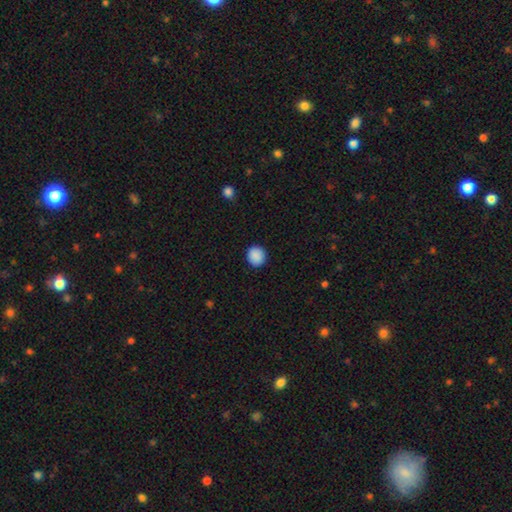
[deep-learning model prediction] The model was most divided on "how rounded": round: 90%, in between: 10%, cigar-shaped: 1%. More confident: merging — none (92%); smooth or featured — smooth (90%).